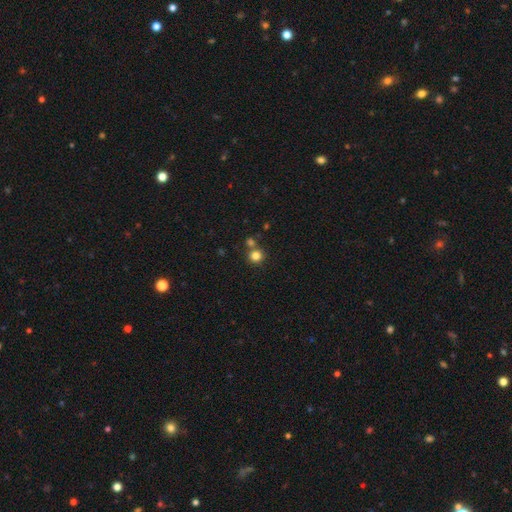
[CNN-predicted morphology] Smooth or featured? Predicted: smooth (p=0.81). How rounded? Predicted: round (p=0.92). Merging? Predicted: none (p=0.71).